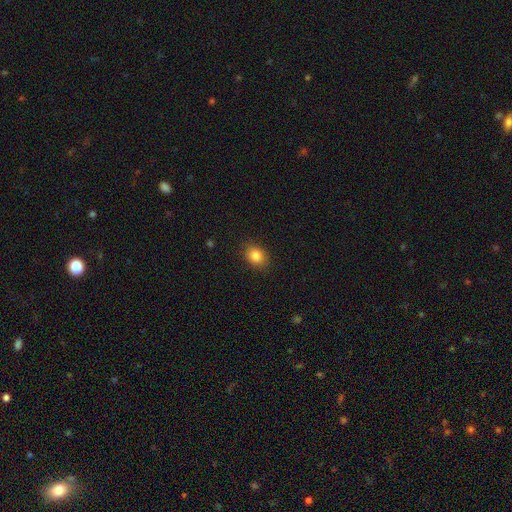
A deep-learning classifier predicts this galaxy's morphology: smooth 84%, star or artifact 10%, featured or disk 6%. Down the decision tree: how rounded — in between (53%); merging — none (87%).